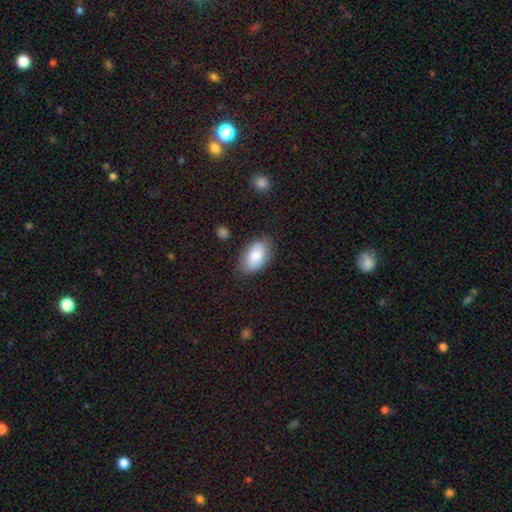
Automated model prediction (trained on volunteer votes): Smooth or featured?
  - smooth: 80% *
  - featured or disk: 14%
  - star or artifact: 6%
How rounded?
  - in between: 93% *
  - round: 6%
  - cigar-shaped: 2%
Merging?
  - none: 76% *
  - minor disturbance: 18%
  - major disturbance: 4%
  - merger: 2%